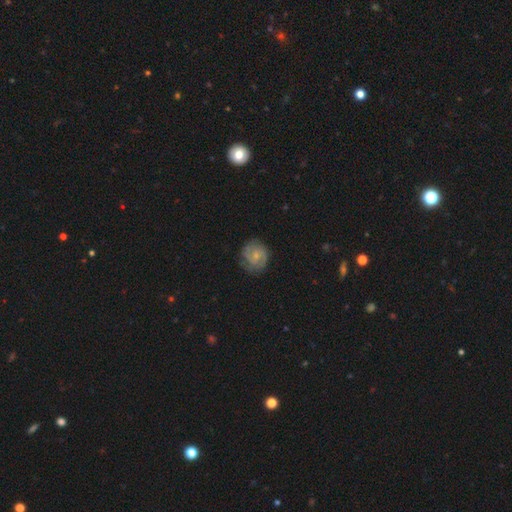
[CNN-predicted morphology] This is possibly a featured or disk galaxy (53%). It is clearly not viewed edge-on (98%). Bar: likely no (69%). Spiral arm pattern: clearly yes (84%). Central bulge: likely small (65%). Merging: likely none (71%).